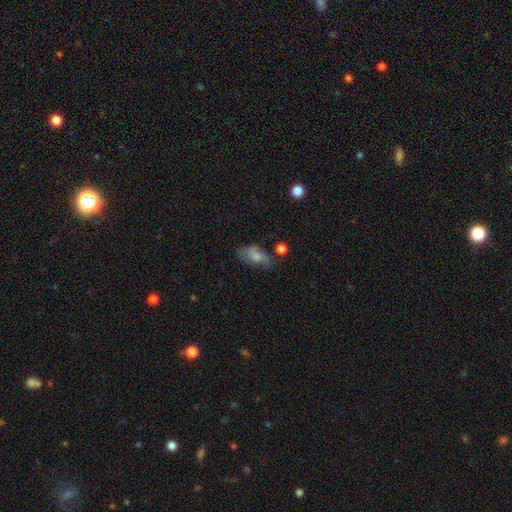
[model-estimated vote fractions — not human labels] The model was most divided on "merging": none: 42%, minor disturbance: 31%, major disturbance: 19%, merger: 8%. More confident: how rounded — in between (87%); smooth or featured — smooth (70%).